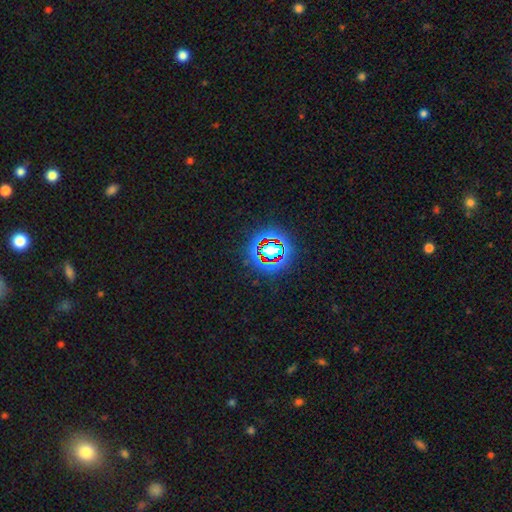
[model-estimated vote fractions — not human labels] Smooth or featured? Predicted: star or artifact (p=0.77).